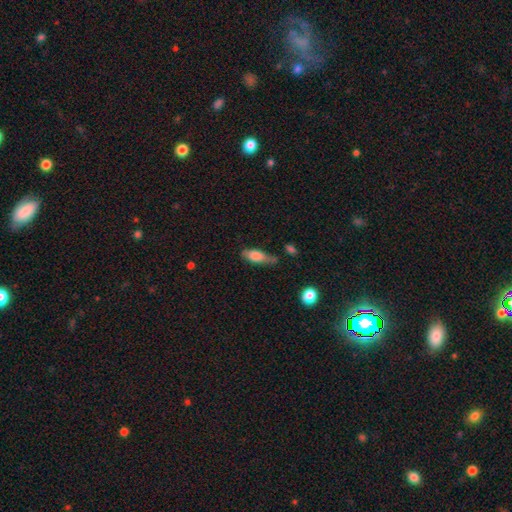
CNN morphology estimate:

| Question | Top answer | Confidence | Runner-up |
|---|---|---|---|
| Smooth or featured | smooth | 75% | featured or disk (17%) |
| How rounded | in between | 71% | cigar-shaped (25%) |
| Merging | none | 44% | minor disturbance (35%) |